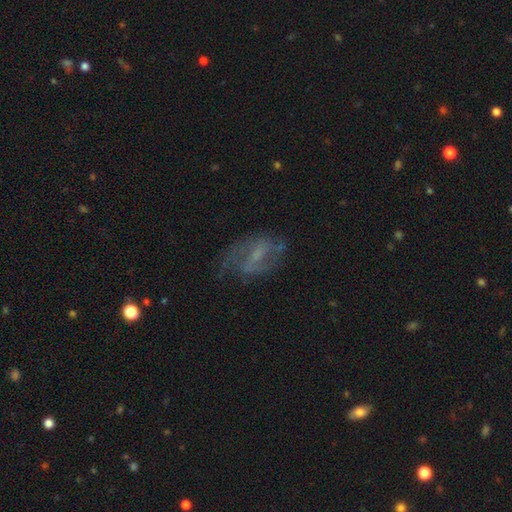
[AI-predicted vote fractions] The model was most divided on "bulge size": small: 42%, none: 35%, moderate: 19%, large: 3%, dominant: 1%. Remaining: edge-on disk — no (94%); spiral arms — yes (74%); smooth or featured — featured or disk (66%); merging — none (57%); bar — weak (47%).